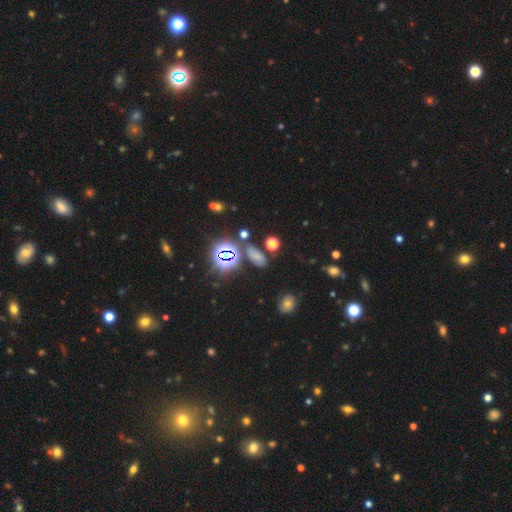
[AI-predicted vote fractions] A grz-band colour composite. It shows a smooth galaxy with no disk features (50%). Merging: none (72%).